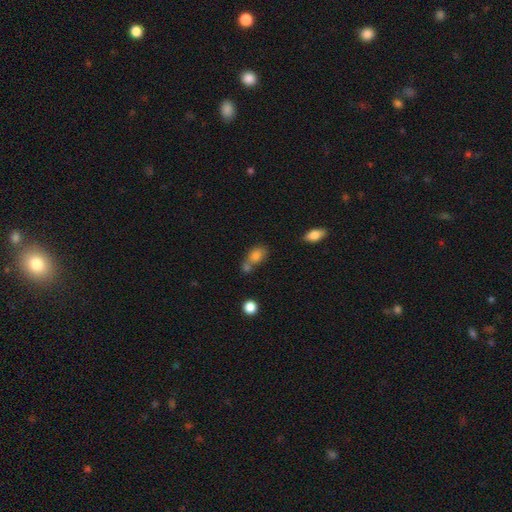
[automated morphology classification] smooth_or_featured: smooth (p=0.80) [alt: featured or disk p=0.10]
how_rounded: in between (p=0.74) [alt: round p=0.24]
merging: merger (p=0.46) [alt: none p=0.35]